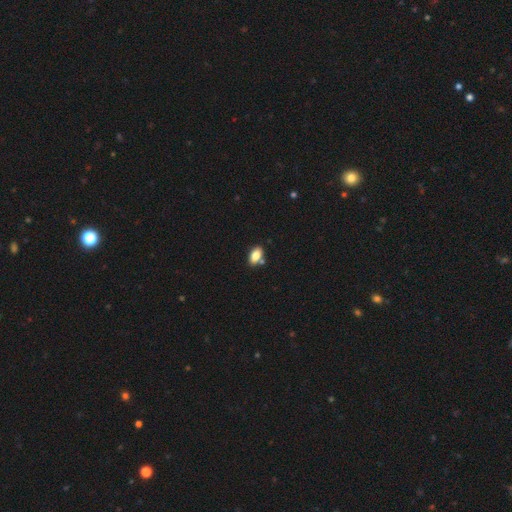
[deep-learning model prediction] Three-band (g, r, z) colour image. It shows a smooth galaxy with no disk features (83%) that is in between round and cigar-shaped (91%). Merging: none (73%).